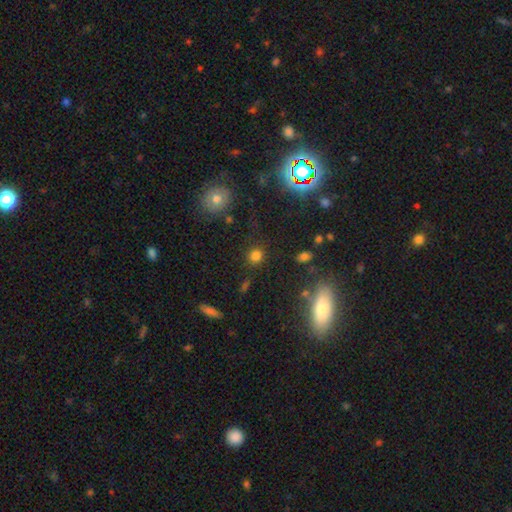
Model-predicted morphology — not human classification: type=smooth (76%); roundness=round (86%); merging=none (84%).